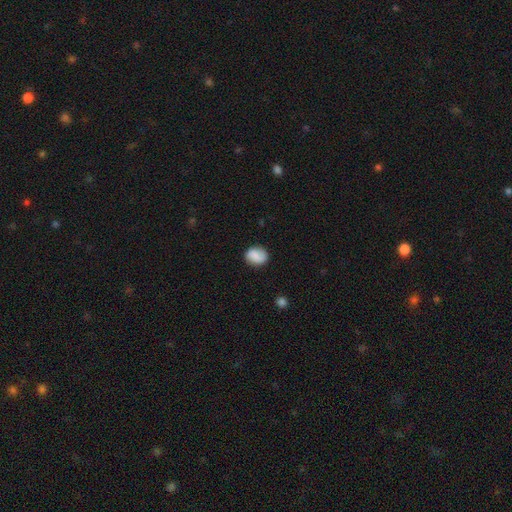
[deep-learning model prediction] smooth_or_featured: smooth (p=0.72) [alt: featured or disk p=0.20]
how_rounded: round (p=0.59) [alt: in between p=0.40]
merging: none (p=0.77) [alt: minor disturbance p=0.17]